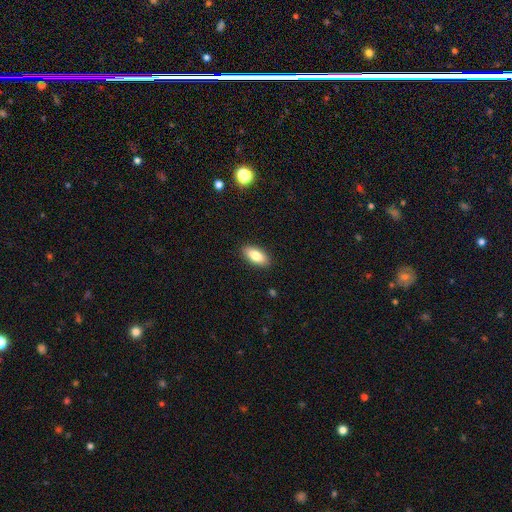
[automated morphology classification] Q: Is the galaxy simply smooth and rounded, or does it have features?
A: smooth — 82%.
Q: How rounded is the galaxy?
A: in between — 88%.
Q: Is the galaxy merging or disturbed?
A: none — 90%.